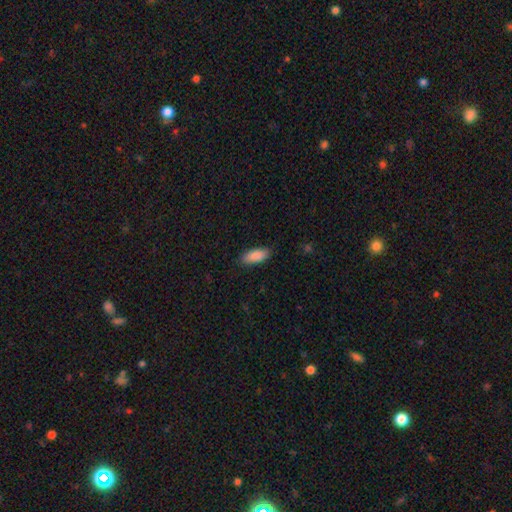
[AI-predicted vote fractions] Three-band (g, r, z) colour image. It shows a smooth galaxy with no disk features (90%) that is in between round and cigar-shaped (82%). Merging: none (86%).